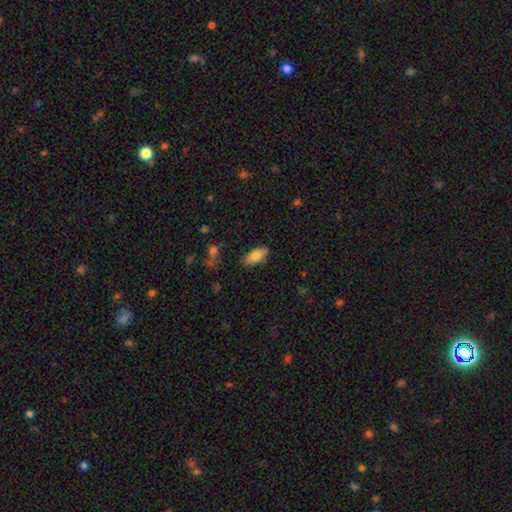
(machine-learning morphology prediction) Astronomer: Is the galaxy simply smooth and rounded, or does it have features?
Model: smooth — 80%.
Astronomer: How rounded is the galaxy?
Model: in between — 87%.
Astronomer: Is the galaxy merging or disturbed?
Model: none — 82%.